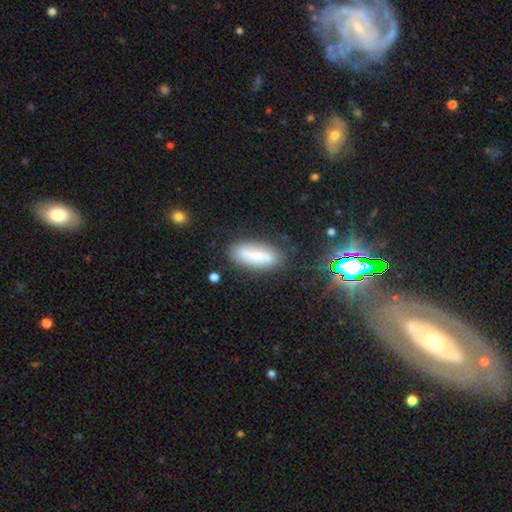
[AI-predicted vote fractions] Overall: smooth (71%). How rounded: in between (69%). Merging: none (74%).